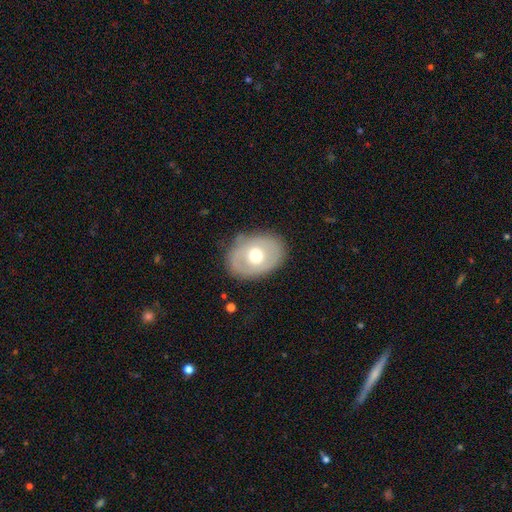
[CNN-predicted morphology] Smooth or featured? Predicted: smooth (p=0.52). How rounded? Predicted: in between (p=0.68). Merging? Predicted: none (p=0.74).